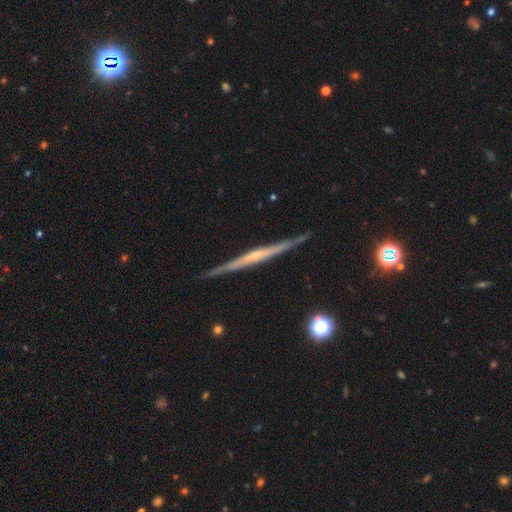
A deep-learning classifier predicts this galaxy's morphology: smooth_or_featured: featured or disk (p=0.78) [alt: smooth p=0.16]
disk_edge_on: yes (p=0.98) [alt: no p=0.02]
edge_on_bulge: none (p=0.52) [alt: rounded p=0.39]
merging: none (p=0.89) [alt: minor disturbance p=0.08]